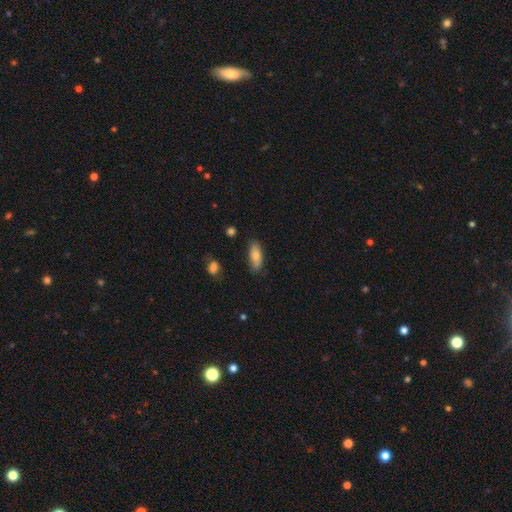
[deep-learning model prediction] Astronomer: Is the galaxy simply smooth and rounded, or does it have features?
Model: smooth — 82%.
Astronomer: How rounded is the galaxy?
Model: in between — 69%.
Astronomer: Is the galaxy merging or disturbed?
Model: none — 82%.